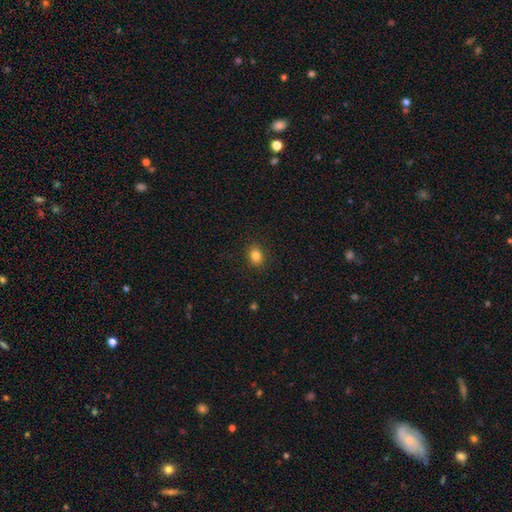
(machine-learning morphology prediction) This is clearly a smooth galaxy (84%). How rounded: possibly round (50%). Merging: clearly none (90%).